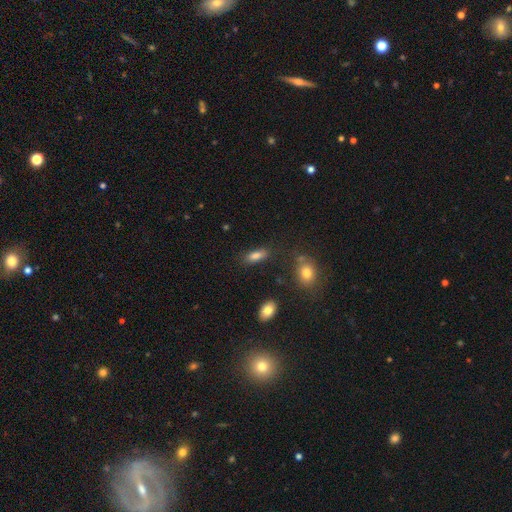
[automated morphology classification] smooth-or-featured: smooth: 82% | star or artifact: 10% | featured or disk: 9%
  how-rounded: in between: 77% | cigar-shaped: 19% | round: 4%
  merging: none: 72% | minor disturbance: 16% | merger: 6% | major disturbance: 6%